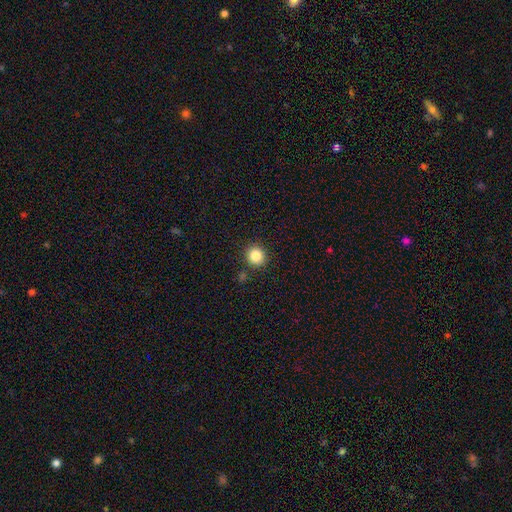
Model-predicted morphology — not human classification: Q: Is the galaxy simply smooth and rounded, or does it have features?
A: smooth — 85%.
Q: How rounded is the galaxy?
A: round — 89%.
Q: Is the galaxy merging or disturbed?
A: none — 86%.